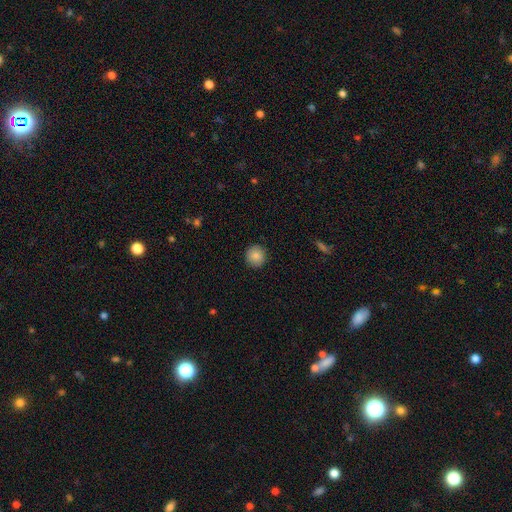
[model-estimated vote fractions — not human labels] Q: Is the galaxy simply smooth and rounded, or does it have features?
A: smooth — 86%.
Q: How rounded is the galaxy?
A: round — 93%.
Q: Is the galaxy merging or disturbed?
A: none — 91%.